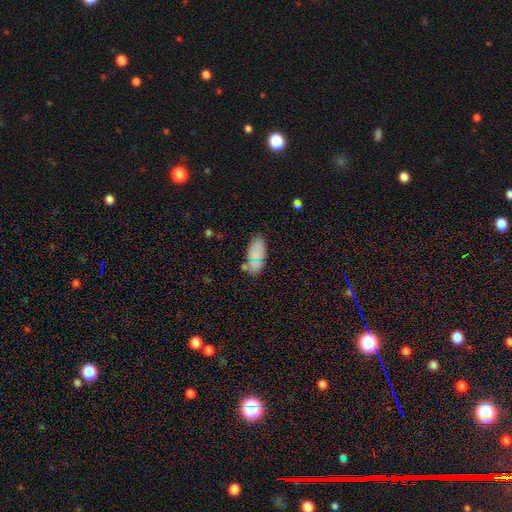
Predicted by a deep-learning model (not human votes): Morphology: type=smooth (78%); roundness=in between (92%); merging=none (71%).